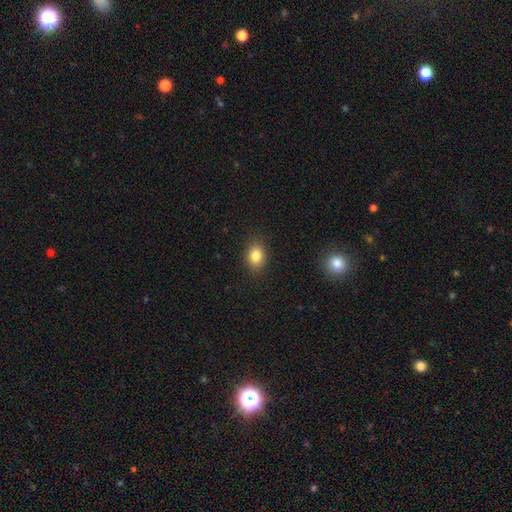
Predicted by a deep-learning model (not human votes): Smooth or featured?
  - smooth: 83% *
  - star or artifact: 10%
  - featured or disk: 7%
How rounded?
  - in between: 67% *
  - round: 32%
  - cigar-shaped: 1%
Merging?
  - none: 88% *
  - minor disturbance: 9%
  - major disturbance: 2%
  - merger: 1%